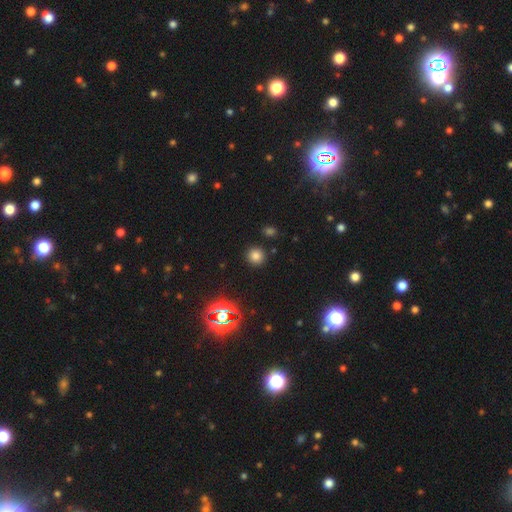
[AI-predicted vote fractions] This is likely a smooth galaxy (75%). How rounded: clearly round (93%). Merging: clearly none (89%).